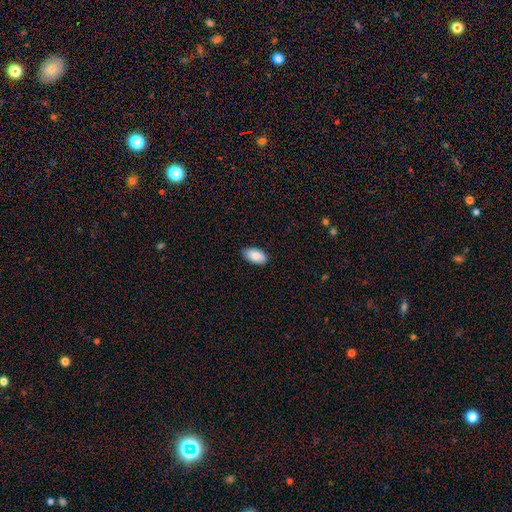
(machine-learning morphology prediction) This appears to be a smooth galaxy with no disk features (87%) that is in between round and cigar-shaped (95%). Merging: none (85%).